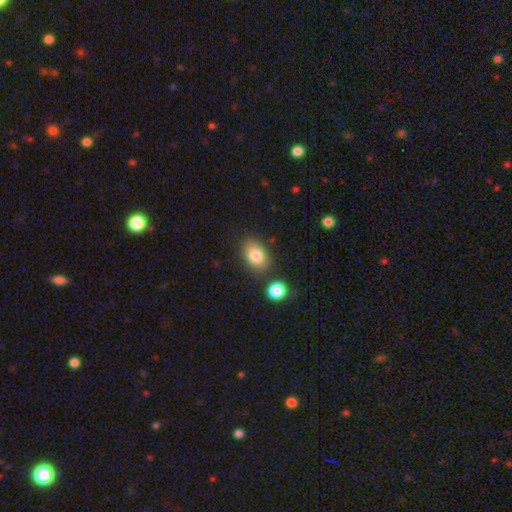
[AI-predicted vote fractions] A smooth galaxy with no disk features (83%) that is in between round and cigar-shaped (79%). Merging: none (78%).